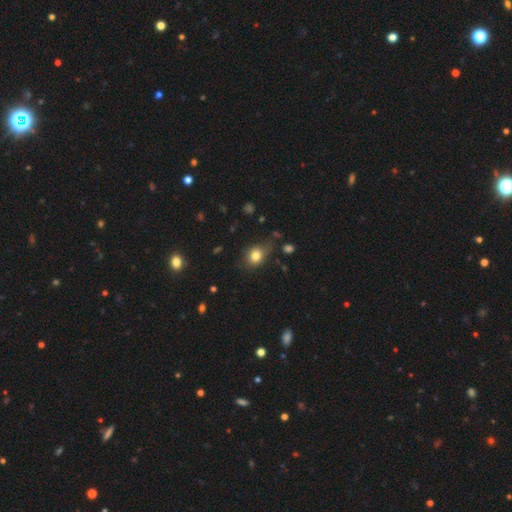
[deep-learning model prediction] A smooth galaxy with no disk features (79%) that is round (51%).

Vote fractions:
- Smooth or featured? smooth: 79% / star or artifact: 12% / featured or disk: 9%
- How rounded? round: 51% / in between: 47% / cigar-shaped: 1%
- Merging? none: 64% / minor disturbance: 25% / major disturbance: 8% / merger: 3%